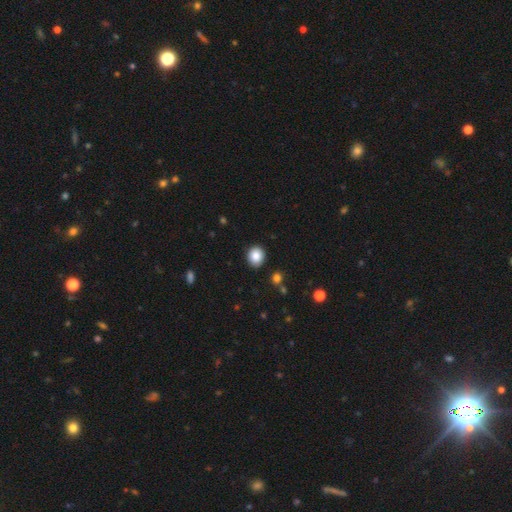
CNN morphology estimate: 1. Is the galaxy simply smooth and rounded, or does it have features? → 85% smooth, 9% star or artifact, 6% featured or disk.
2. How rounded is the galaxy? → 77% round, 22% in between, 1% cigar-shaped.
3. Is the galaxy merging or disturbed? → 90% none, 6% minor disturbance, 2% major disturbance, 2% merger.